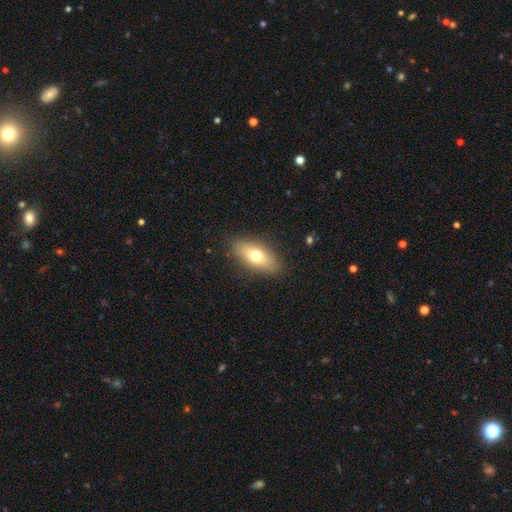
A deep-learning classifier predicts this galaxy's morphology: Smooth or featured? smooth (67%)
How rounded? in between (78%)
Merging? none (86%)